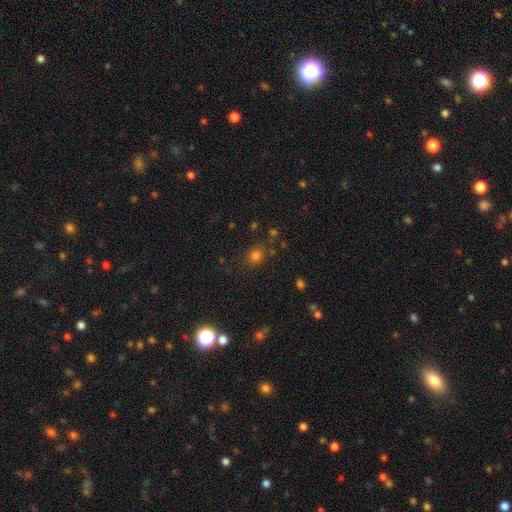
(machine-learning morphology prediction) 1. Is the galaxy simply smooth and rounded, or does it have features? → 73% smooth, 20% star or artifact, 7% featured or disk.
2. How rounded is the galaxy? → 76% round, 22% in between, 1% cigar-shaped.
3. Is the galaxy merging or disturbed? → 74% none, 14% minor disturbance, 6% major disturbance, 6% merger.